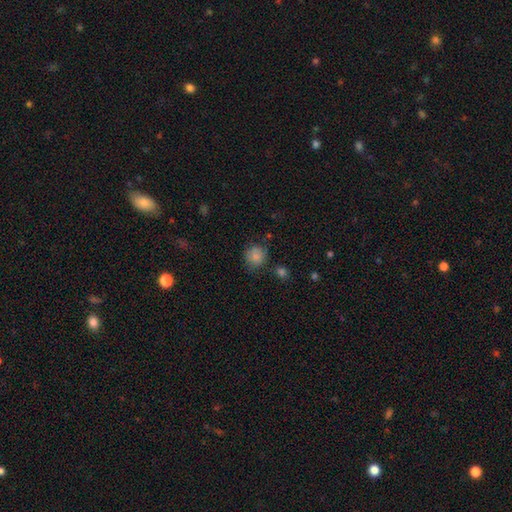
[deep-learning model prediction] This is clearly a smooth galaxy (83%). How rounded: clearly round (85%). Merging: likely none (73%).